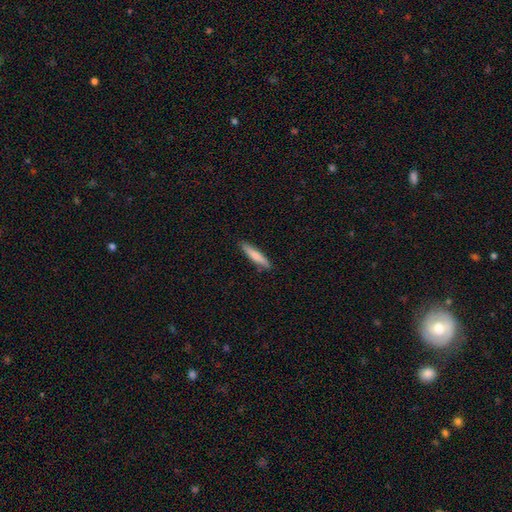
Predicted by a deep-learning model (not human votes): Q: Smooth or featured?
A: smooth (77%); runner-up: featured or disk (18%)
Q: How rounded?
A: cigar-shaped (87%); runner-up: in between (12%)
Q: Merging?
A: none (87%); runner-up: minor disturbance (10%)